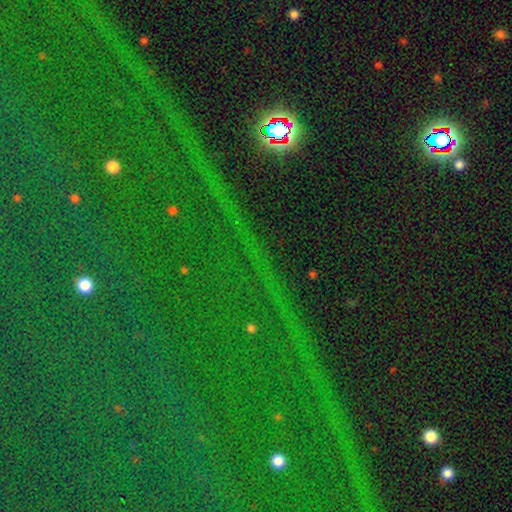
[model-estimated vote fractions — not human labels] Overall: star or artifact (85%).